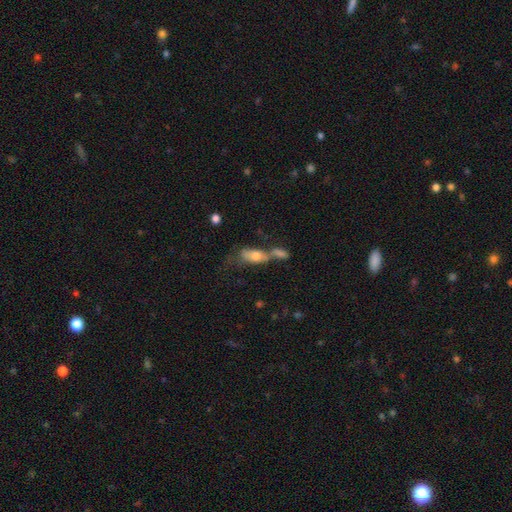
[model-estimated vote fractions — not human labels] Morphology: type=smooth (60%); roundness=in between (73%); merging=merger (53%).